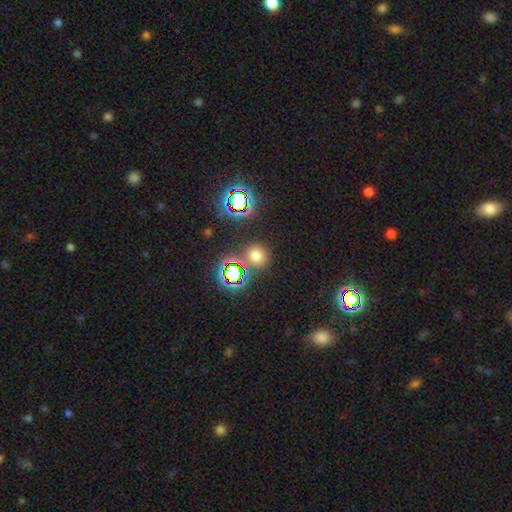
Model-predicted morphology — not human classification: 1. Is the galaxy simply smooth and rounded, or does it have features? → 63% smooth, 31% star or artifact, 7% featured or disk.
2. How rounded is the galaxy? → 87% round, 12% in between, 1% cigar-shaped.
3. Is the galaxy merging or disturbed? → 78% none, 10% merger, 9% minor disturbance, 4% major disturbance.